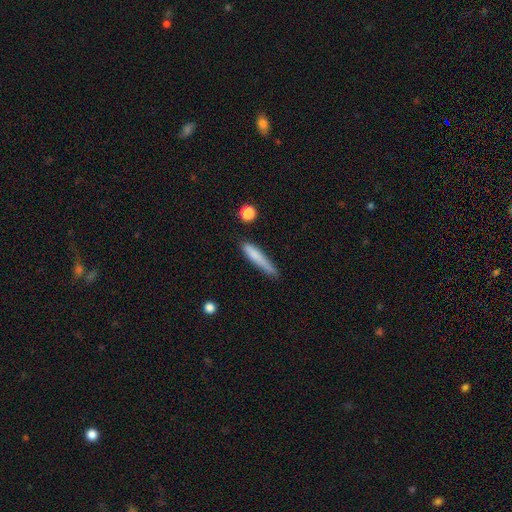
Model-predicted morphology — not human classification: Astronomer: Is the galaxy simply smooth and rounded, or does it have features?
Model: smooth — 76%.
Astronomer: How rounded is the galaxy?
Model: cigar-shaped — 90%.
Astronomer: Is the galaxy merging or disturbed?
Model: none — 60%.